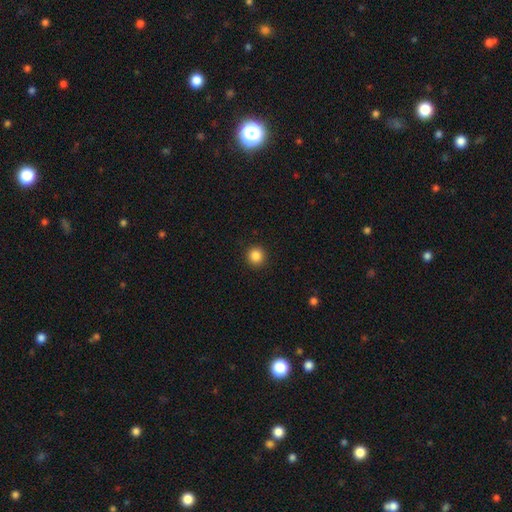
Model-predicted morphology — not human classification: Q: Smooth or featured?
A: smooth (85%); runner-up: star or artifact (11%)
Q: How rounded?
A: round (94%); runner-up: in between (5%)
Q: Merging?
A: none (93%); runner-up: minor disturbance (5%)